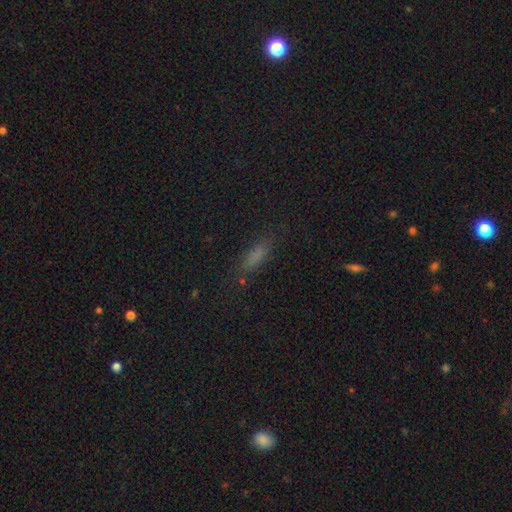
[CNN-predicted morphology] Smooth or featured: smooth — 73% (star or artifact — 16%)
How rounded: cigar-shaped — 55% (in between — 42%)
Merging: none — 76% (minor disturbance — 16%)